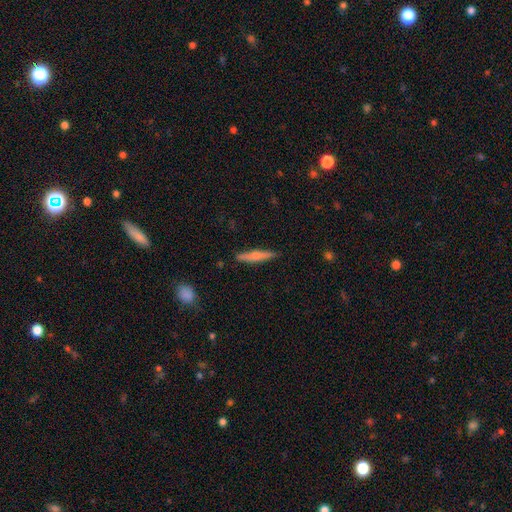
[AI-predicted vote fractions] Smooth or featured?
  - smooth: 59% *
  - featured or disk: 35%
  - star or artifact: 6%
How rounded?
  - cigar-shaped: 90% *
  - in between: 8%
  - round: 2%
Merging?
  - none: 87% *
  - minor disturbance: 10%
  - major disturbance: 2%
  - merger: 1%